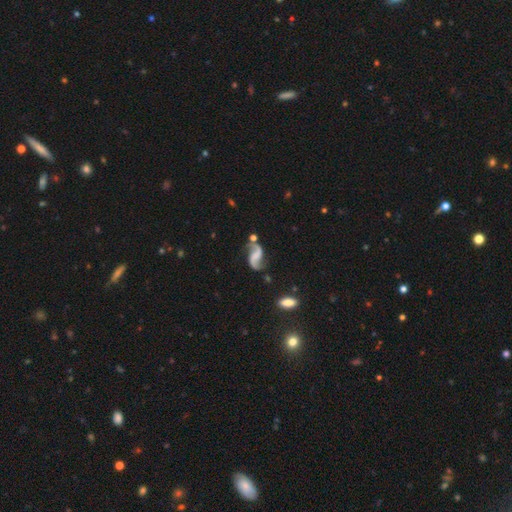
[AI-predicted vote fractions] featured or disk 86%, smooth 8%, star or artifact 6%. Down the decision tree: edge-on disk — no (97%); bar — no (46%); spiral arms — yes (96%); spiral arm count — 2 (93%); spiral winding — loose (74%); bulge size — none (63%); merging — none (65%).